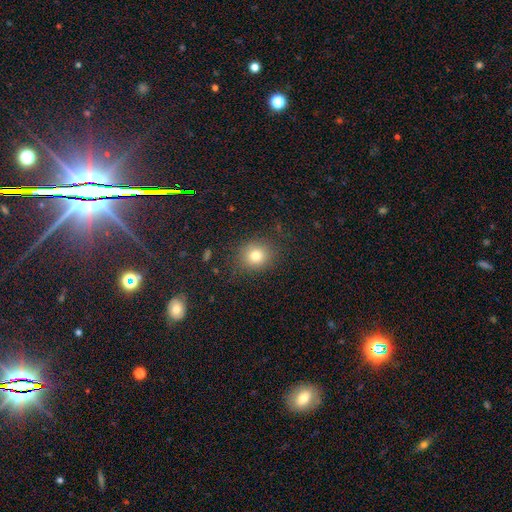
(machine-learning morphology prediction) smooth-or-featured: smooth: 78% | star or artifact: 13% | featured or disk: 8%
  how-rounded: round: 77% | in between: 22% | cigar-shaped: 1%
  merging: none: 85% | minor disturbance: 10% | major disturbance: 4% | merger: 1%